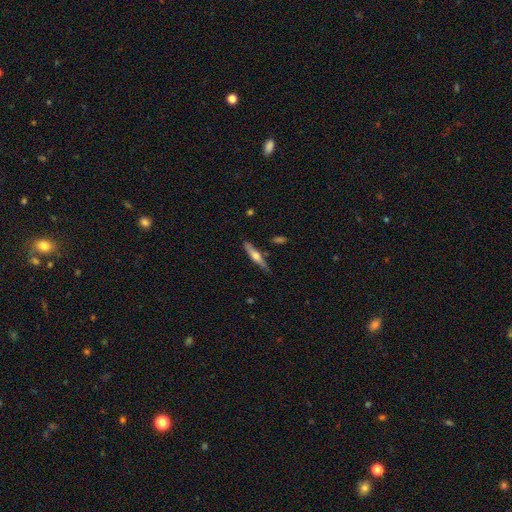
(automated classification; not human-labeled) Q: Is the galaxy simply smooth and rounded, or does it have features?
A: featured or disk — 51%.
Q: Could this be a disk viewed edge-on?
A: yes — 92%.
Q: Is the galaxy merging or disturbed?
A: none — 79%.